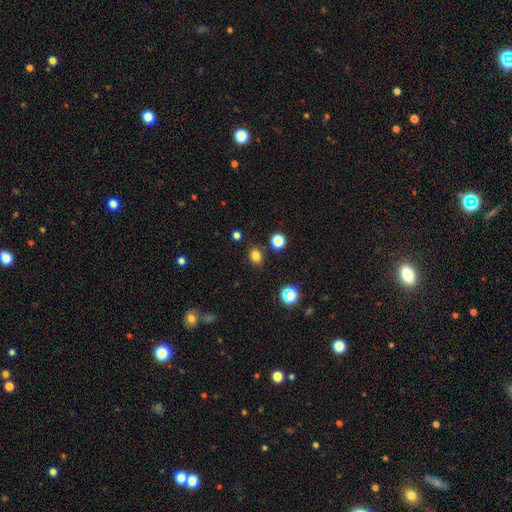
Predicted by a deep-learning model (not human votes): smooth_or_featured: smooth (p=0.79) [alt: star or artifact p=0.16]
how_rounded: round (p=0.58) [alt: in between p=0.41]
merging: none (p=0.86) [alt: minor disturbance p=0.08]